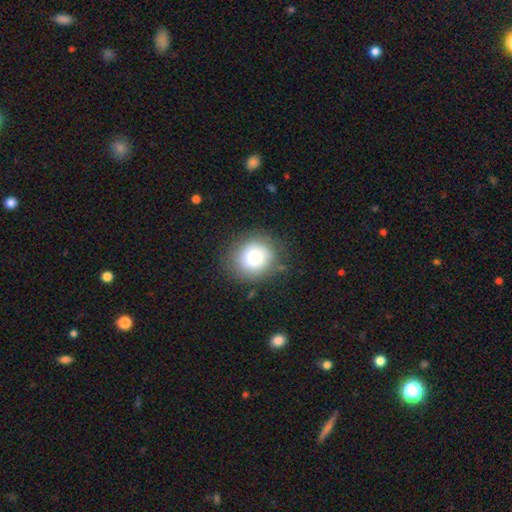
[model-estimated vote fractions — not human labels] A smooth galaxy with no disk features (72%) that is round (87%).

Vote fractions:
- Smooth or featured? smooth: 72% / featured or disk: 17% / star or artifact: 11%
- How rounded? round: 87% / in between: 12% / cigar-shaped: 1%
- Merging? none: 80% / minor disturbance: 13% / major disturbance: 5% / merger: 2%